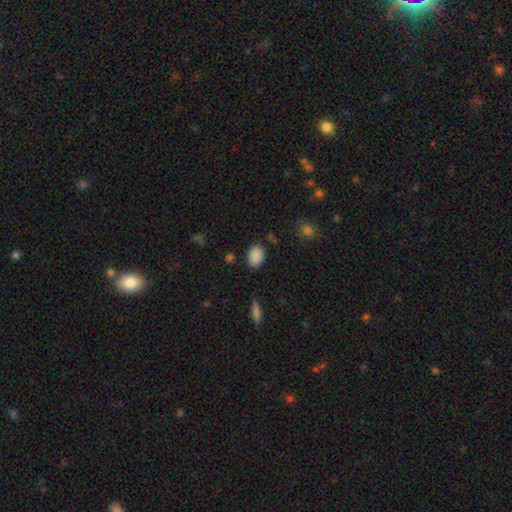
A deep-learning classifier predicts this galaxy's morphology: smooth-or-featured: smooth: 88% | star or artifact: 8% | featured or disk: 4%
  how-rounded: in between: 76% | round: 23% | cigar-shaped: 1%
  merging: none: 83% | minor disturbance: 12% | major disturbance: 3% | merger: 2%